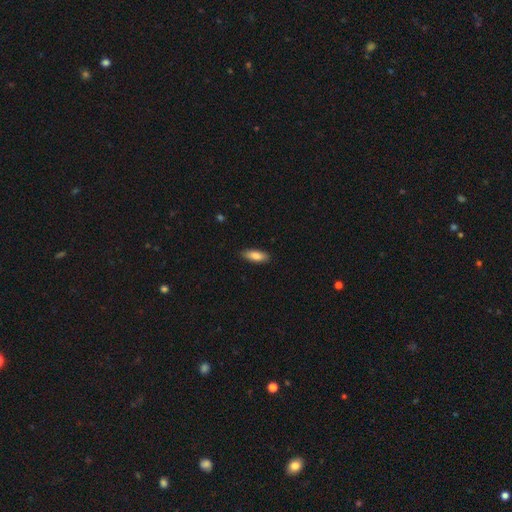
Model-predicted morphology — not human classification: smooth 82%, featured or disk 12%, star or artifact 6%. Down the decision tree: how rounded — in between (73%); merging — none (88%).